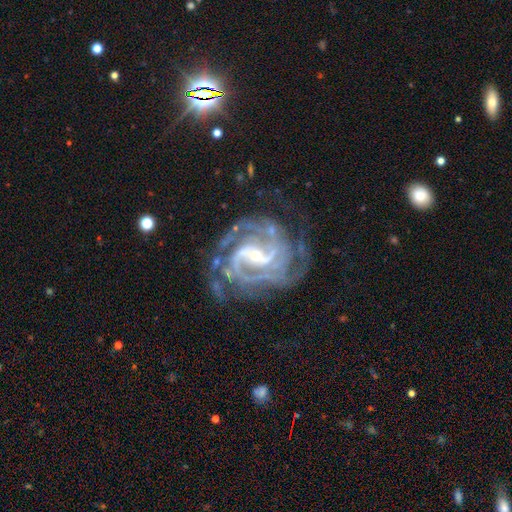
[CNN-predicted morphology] This is clearly a featured or disk galaxy (92%). It is clearly not viewed edge-on (98%). Bar: marginally weak (42%). Spiral arm pattern: clearly yes (98%). Spiral arm count: marginally 2 (34%). Spiral winding: possibly tight (59%). Central bulge: likely small (61%). Merging: likely none (67%).